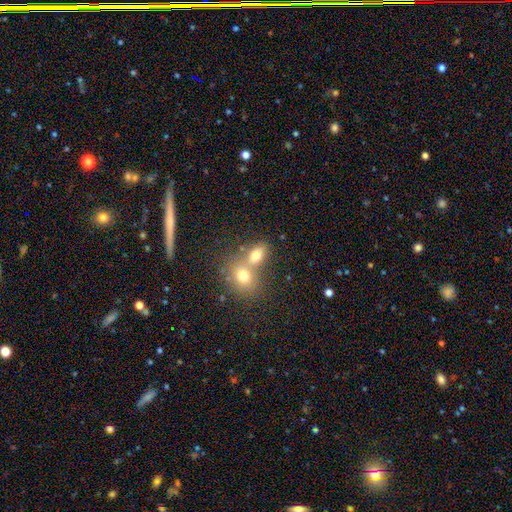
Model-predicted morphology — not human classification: type=smooth (73%); roundness=in between (66%); merging=merger (56%).